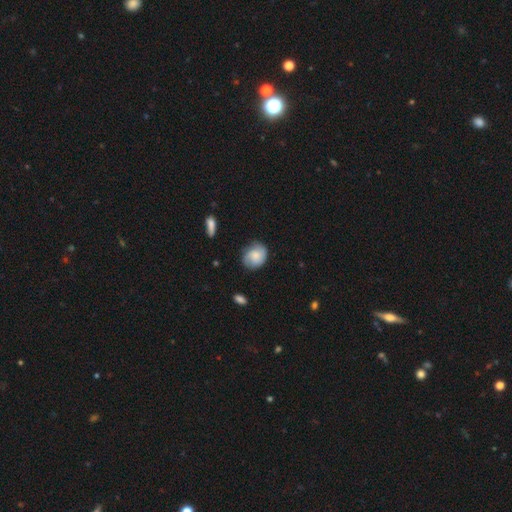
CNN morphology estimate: Overall: smooth (63%; featured or disk 29%). How rounded: round (59%; in between 40%). Merging: none (70%).